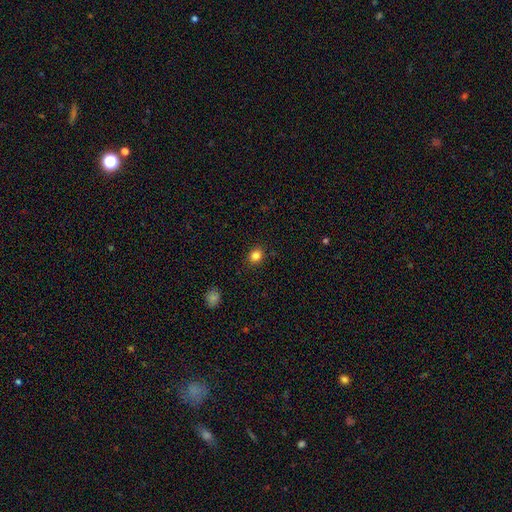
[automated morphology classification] Overall: smooth (83%). How rounded: round (67%; in between 32%). Merging: none (88%).